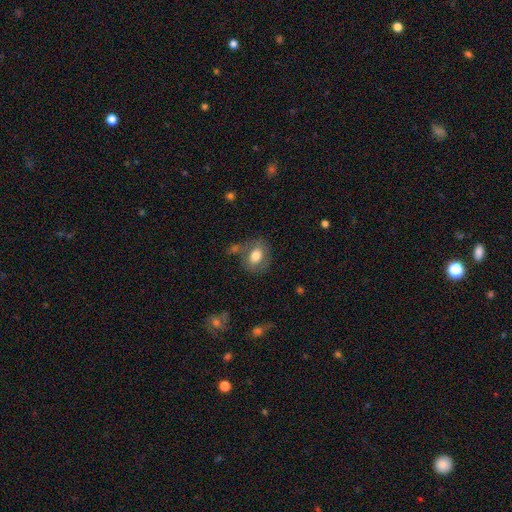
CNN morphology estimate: Q: Smooth or featured?
A: smooth (71%); runner-up: featured or disk (21%)
Q: How rounded?
A: in between (60%); runner-up: round (38%)
Q: Merging?
A: none (62%); runner-up: minor disturbance (19%)